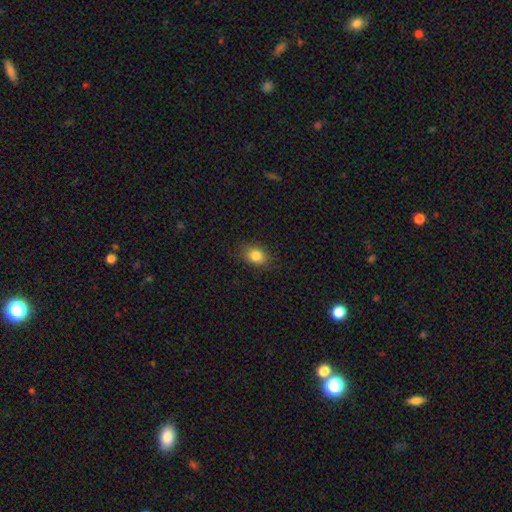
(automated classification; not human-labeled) smooth_or_featured: smooth (p=0.83) [alt: star or artifact p=0.10]
how_rounded: in between (p=0.65) [alt: round p=0.34]
merging: none (p=0.85) [alt: minor disturbance p=0.11]